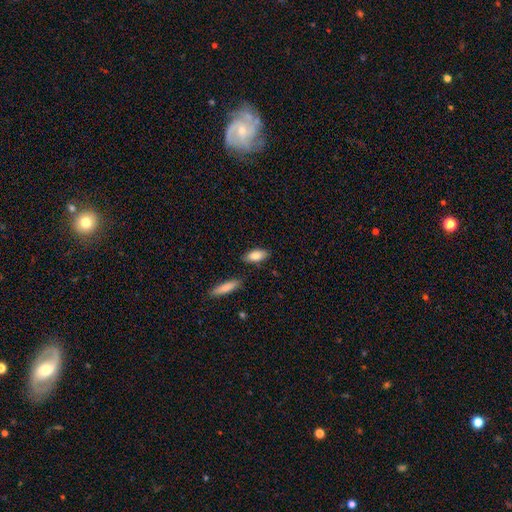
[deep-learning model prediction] Smooth or featured? smooth (84%)
How rounded? in between (84%)
Merging? none (80%)